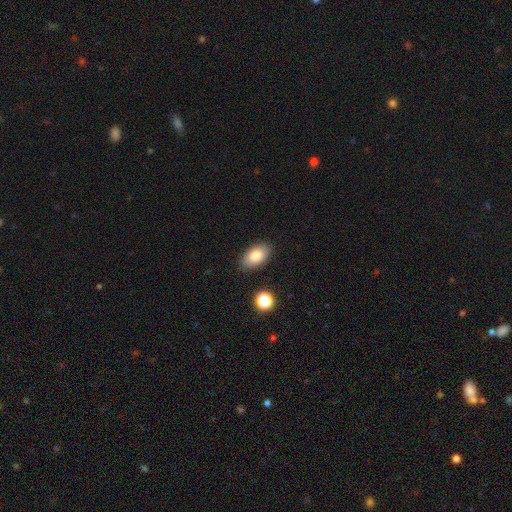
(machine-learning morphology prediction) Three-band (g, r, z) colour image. It shows a smooth galaxy with no disk features (82%) that is in between round and cigar-shaped (92%). Merging: none (87%).